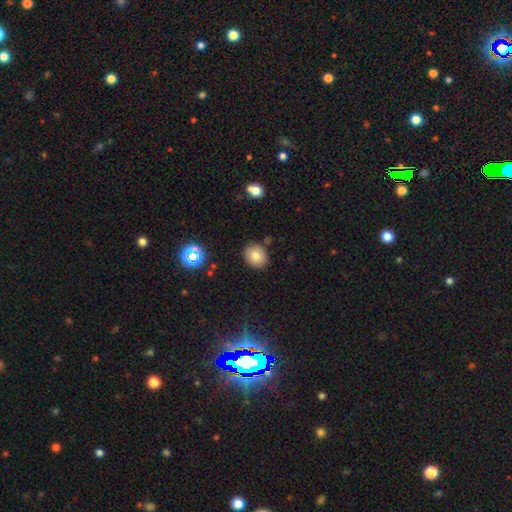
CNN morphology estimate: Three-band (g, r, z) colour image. It shows a smooth galaxy with no disk features (79%) that is round (57%). Merging: none (84%).